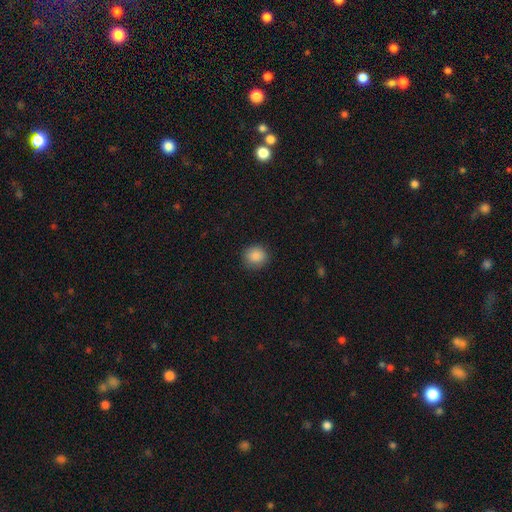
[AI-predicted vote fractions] Overall: smooth (88%). How rounded: round (87%). Merging: none (88%).